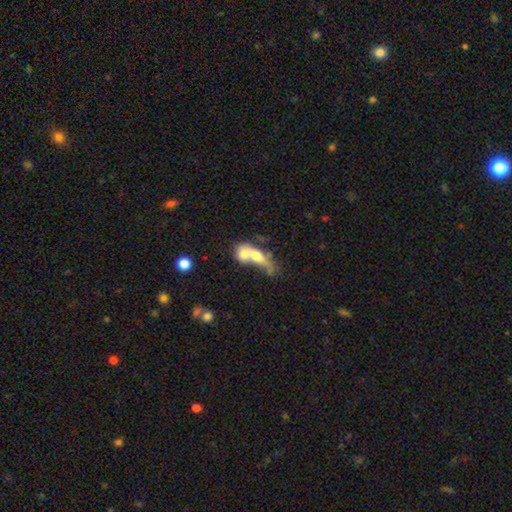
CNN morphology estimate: Smooth or featured? Predicted: smooth (p=0.56). How rounded? Predicted: in between (p=0.52). Merging? Predicted: merger (p=0.70).